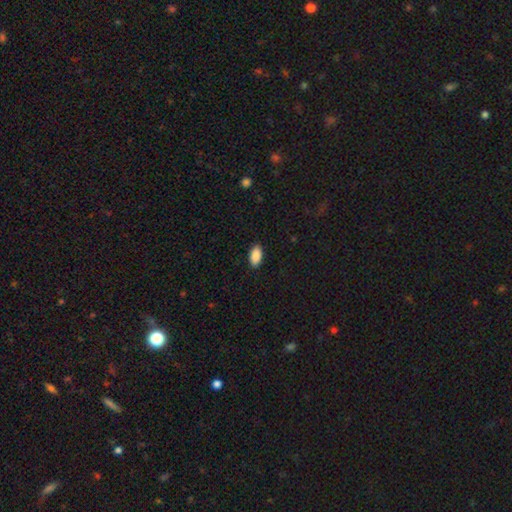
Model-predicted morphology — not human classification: This is clearly a smooth galaxy (90%). How rounded: clearly in between (94%). Merging: clearly none (90%).